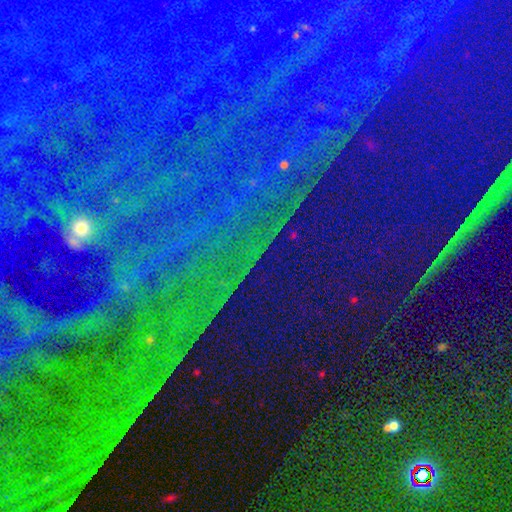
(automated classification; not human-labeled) Smooth or featured: star or artifact — 87% (featured or disk — 7%)